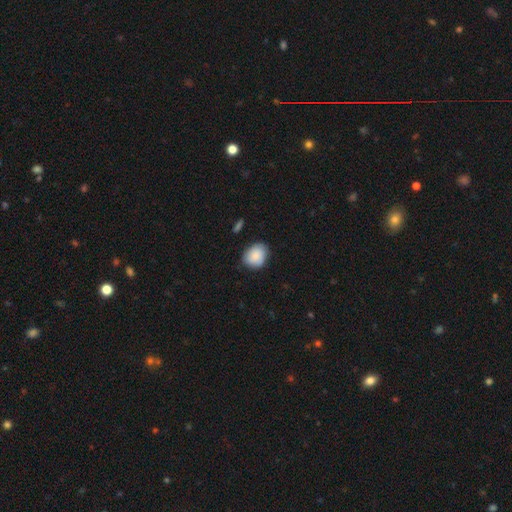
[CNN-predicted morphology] The model was most divided on "how rounded": in between: 50%, round: 49%, cigar-shaped: 1%. More confident: smooth or featured — smooth (86%); merging — none (75%).